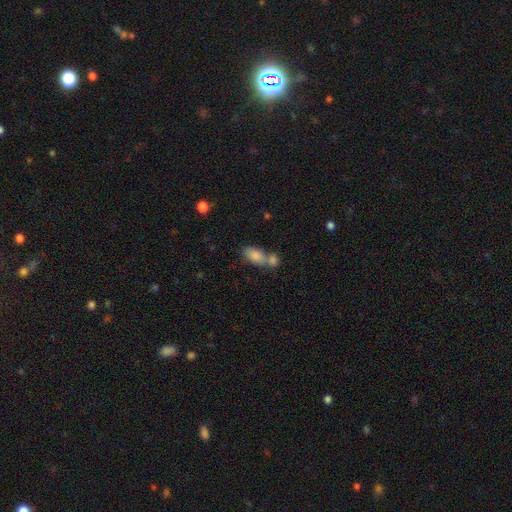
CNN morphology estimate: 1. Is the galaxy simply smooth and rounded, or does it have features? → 82% smooth, 10% featured or disk, 8% star or artifact.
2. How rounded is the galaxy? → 88% in between, 6% cigar-shaped, 6% round.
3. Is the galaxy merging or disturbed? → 53% merger, 33% none, 10% minor disturbance, 4% major disturbance.